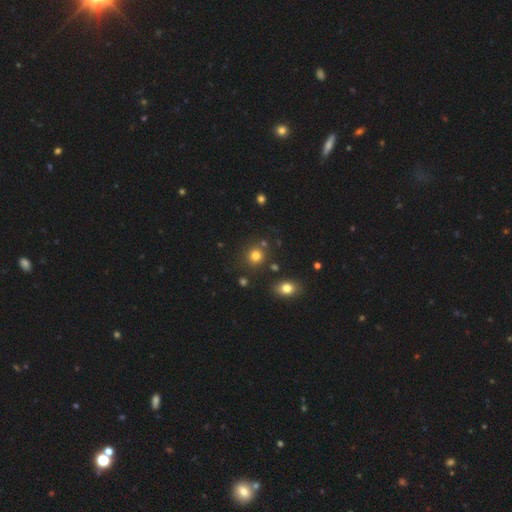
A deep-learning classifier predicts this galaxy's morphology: smooth 79%, star or artifact 15%, featured or disk 7%. Down the decision tree: how rounded — round (85%); merging — none (81%).